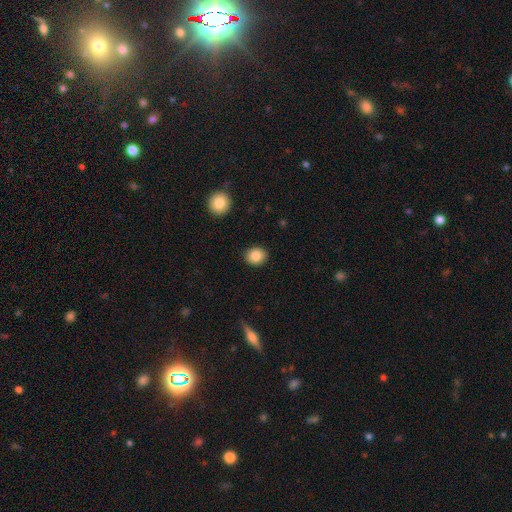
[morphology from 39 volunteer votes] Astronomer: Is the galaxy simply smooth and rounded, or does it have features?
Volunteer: smooth — 87%.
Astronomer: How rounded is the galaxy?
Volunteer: round — 71%.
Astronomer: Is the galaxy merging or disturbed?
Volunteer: none — 91%.